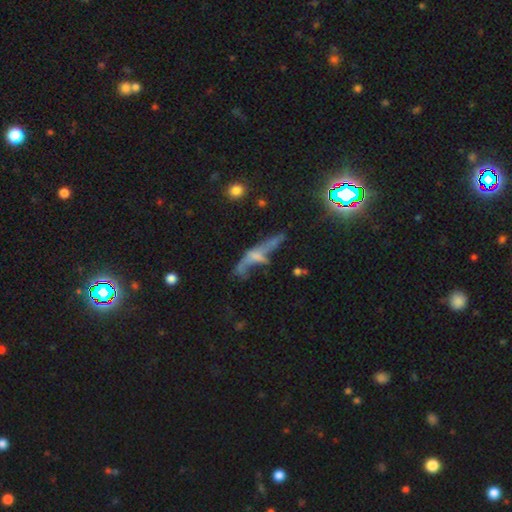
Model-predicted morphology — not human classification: Smooth or featured: featured or disk — 55% (smooth — 26%)
Edge-on disk: yes — 62% (no — 38%)
Merging: none — 41% (major disturbance — 25%)